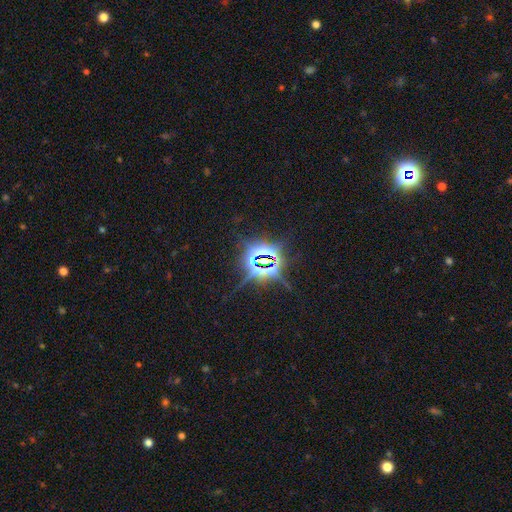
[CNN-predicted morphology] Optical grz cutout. It shows a star or artifact, not a galaxy (85%).